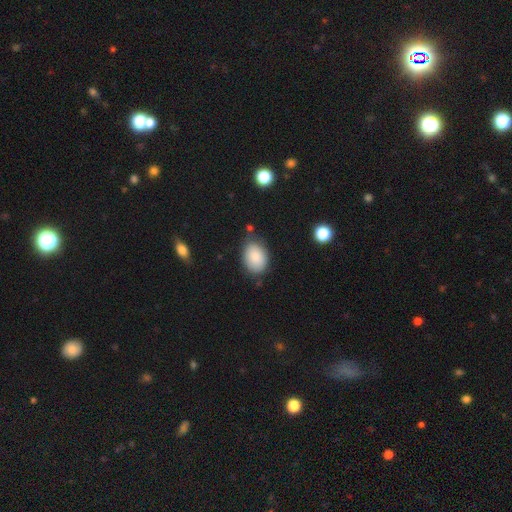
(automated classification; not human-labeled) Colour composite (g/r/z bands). It shows a smooth galaxy with no disk features (86%) that is in between round and cigar-shaped (82%). Merging: none (73%).